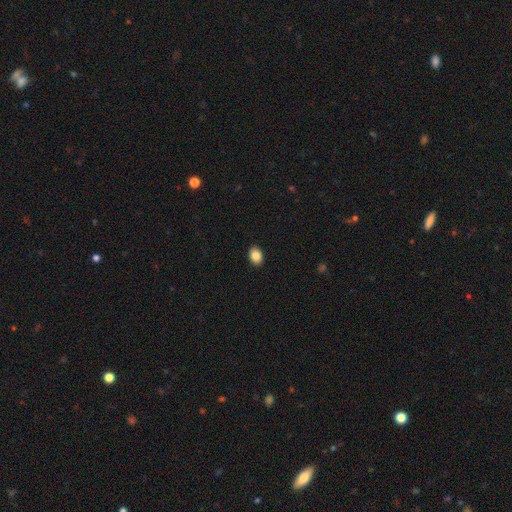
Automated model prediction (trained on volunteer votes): smooth_or_featured: smooth (p=0.88) [alt: star or artifact p=0.08]
how_rounded: in between (p=0.75) [alt: round p=0.24]
merging: none (p=0.91) [alt: minor disturbance p=0.07]